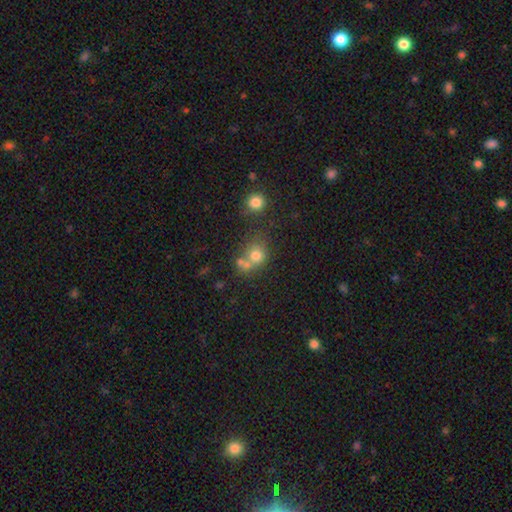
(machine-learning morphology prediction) This is likely a smooth galaxy (70%). How rounded: likely round (78%). Merging: marginally none (43%).